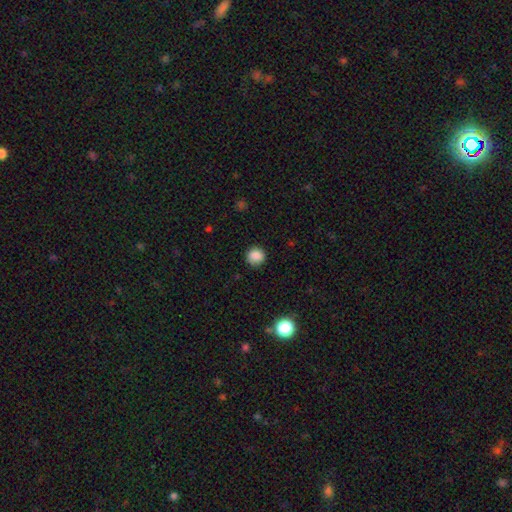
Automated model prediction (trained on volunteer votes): Smooth or featured: smooth — 87% (star or artifact — 10%)
How rounded: round — 91% (in between — 8%)
Merging: none — 88% (minor disturbance — 9%)